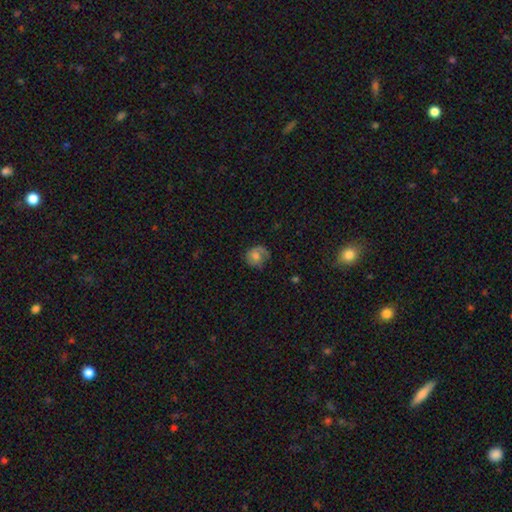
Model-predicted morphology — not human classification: Smooth or featured? Predicted: smooth (p=0.53). How rounded? Predicted: round (p=0.77). Merging? Predicted: none (p=0.58).